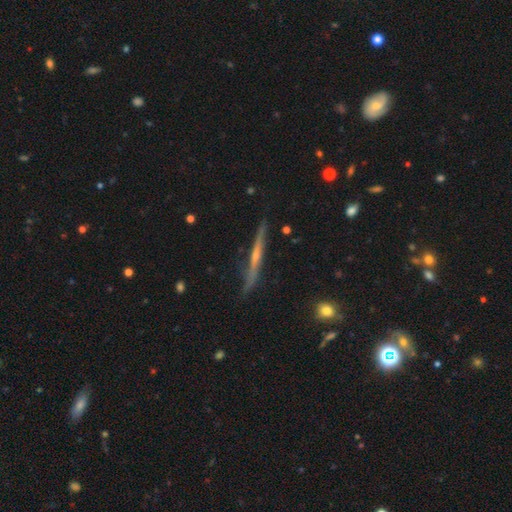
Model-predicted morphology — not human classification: A featured or disk galaxy (73%) viewed edge-on (97%) with a rounded central bulge (60%). Merging: none (83%).